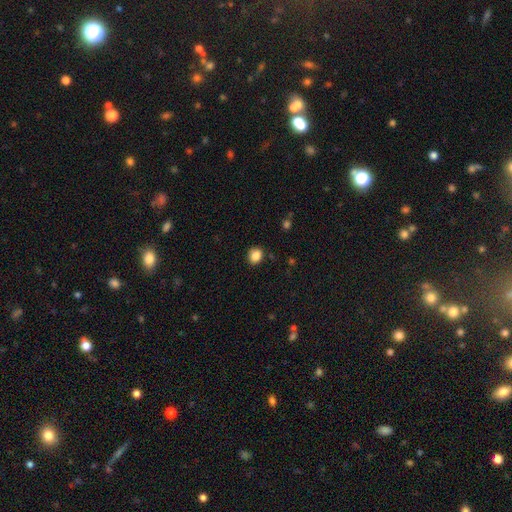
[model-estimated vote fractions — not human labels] A smooth galaxy with no disk features (86%) that is round (67%).

Vote fractions:
- Smooth or featured? smooth: 86% / star or artifact: 10% / featured or disk: 4%
- How rounded? round: 67% / in between: 32% / cigar-shaped: 1%
- Merging? none: 89% / minor disturbance: 8% / major disturbance: 2% / merger: 1%